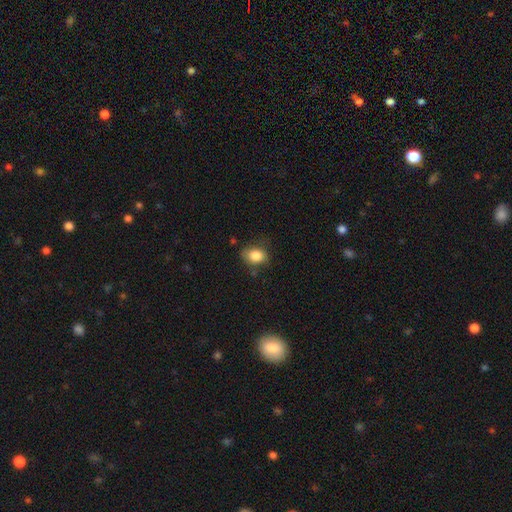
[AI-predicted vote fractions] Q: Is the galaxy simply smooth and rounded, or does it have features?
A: smooth — 85%.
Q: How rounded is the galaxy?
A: in between — 63%.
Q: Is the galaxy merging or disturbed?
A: none — 66%.